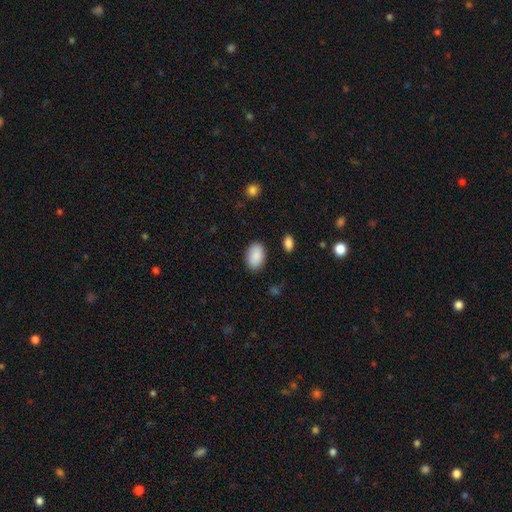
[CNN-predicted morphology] Smooth or featured? smooth (90%)
How rounded? in between (89%)
Merging? none (85%)